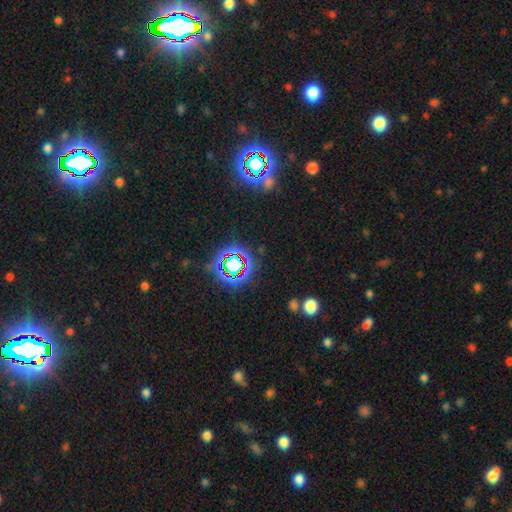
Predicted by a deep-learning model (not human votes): A star or artifact, not a galaxy (75%).

Vote fractions:
- Smooth or featured? star or artifact: 75% / smooth: 16% / featured or disk: 9%